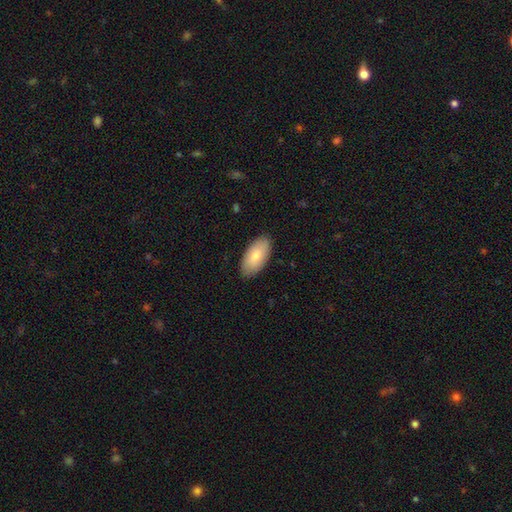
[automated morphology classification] This appears to be a smooth galaxy with no disk features (80%) that is in between round and cigar-shaped (94%). Merging: none (86%).